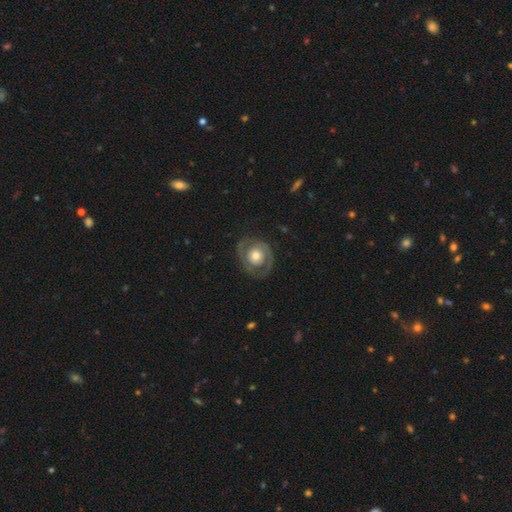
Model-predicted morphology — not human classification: This is likely a featured or disk galaxy (64%). It is clearly not viewed edge-on (96%). Bar: clearly no (81%). Spiral arm pattern: likely yes (61%). Central bulge: possibly moderate (58%). Merging: likely none (74%).